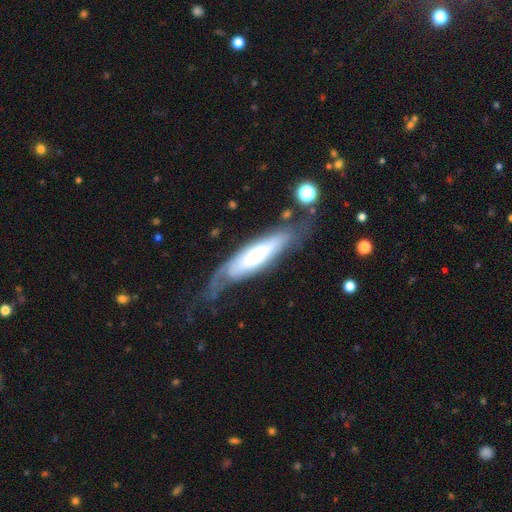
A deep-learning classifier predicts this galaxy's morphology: The model was most divided on "edge-on disk": no: 61%, yes: 39%. More confident: smooth or featured — featured or disk (62%); merging — none (53%).